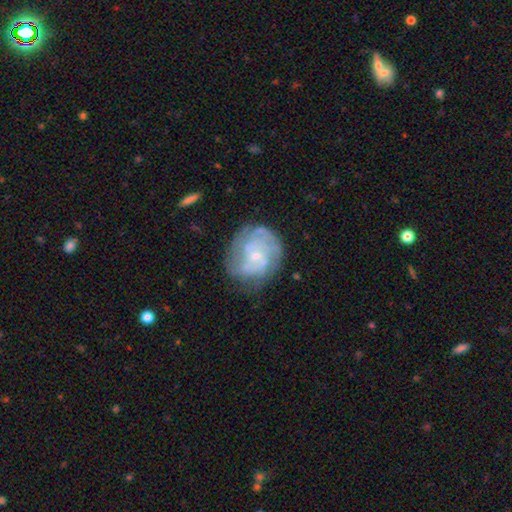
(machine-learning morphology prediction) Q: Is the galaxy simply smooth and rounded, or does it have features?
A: featured or disk — 72%.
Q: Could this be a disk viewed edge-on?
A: no — 97%.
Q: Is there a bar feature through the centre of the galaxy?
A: no — 73%.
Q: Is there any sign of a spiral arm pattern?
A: yes — 81%.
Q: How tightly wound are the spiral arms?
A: tight — 57%.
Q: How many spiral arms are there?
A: can't tell — 45%.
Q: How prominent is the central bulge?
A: small — 73%.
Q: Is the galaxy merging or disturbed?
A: none — 65%.